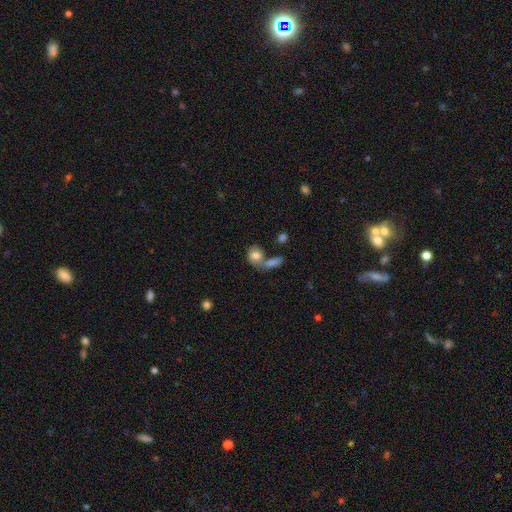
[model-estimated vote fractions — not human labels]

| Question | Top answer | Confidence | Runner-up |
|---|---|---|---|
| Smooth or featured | smooth | 76% | featured or disk (16%) |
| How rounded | round | 54% | in between (44%) |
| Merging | merger | 43% | none (36%) |